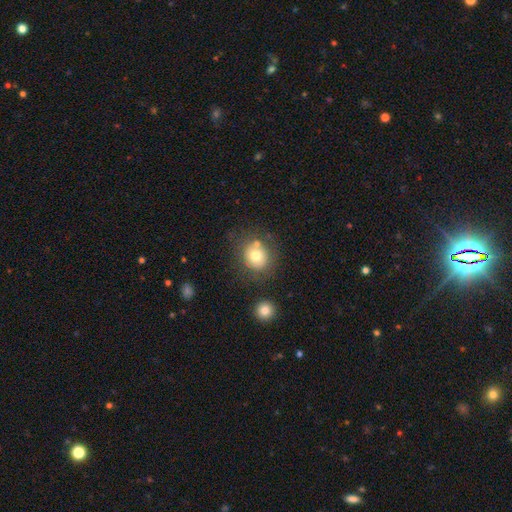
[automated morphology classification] Smooth or featured? smooth (73%)
How rounded? round (83%)
Merging? none (69%)